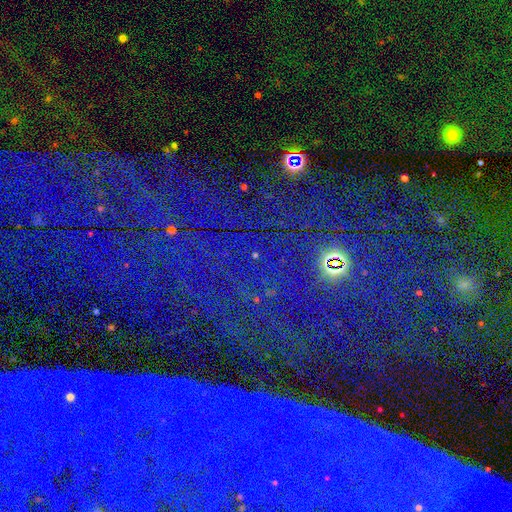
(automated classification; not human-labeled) This is clearly a star or artifact rather than a galaxy (83%).